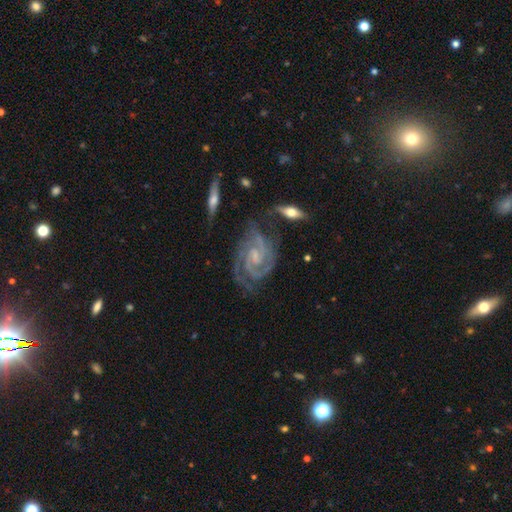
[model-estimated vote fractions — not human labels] Q: Smooth or featured?
A: featured or disk (90%); runner-up: star or artifact (5%)
Q: Edge-on disk?
A: no (97%); runner-up: yes (3%)
Q: Bar?
A: weak (45%); runner-up: no (42%)
Q: Spiral arms?
A: yes (98%); runner-up: no (2%)
Q: Spiral winding?
A: tight (62%); runner-up: medium (33%)
Q: Spiral arm count?
A: 2 (64%); runner-up: 3 (17%)
Q: Bulge size?
A: small (55%); runner-up: moderate (25%)
Q: Merging?
A: none (63%); runner-up: minor disturbance (20%)